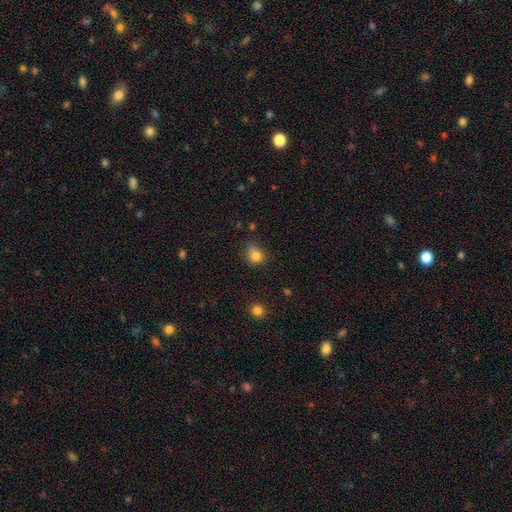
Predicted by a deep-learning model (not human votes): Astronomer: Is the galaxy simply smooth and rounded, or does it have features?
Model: smooth — 81%.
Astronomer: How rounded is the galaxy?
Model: round — 67%.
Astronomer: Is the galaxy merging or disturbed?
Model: none — 57%.